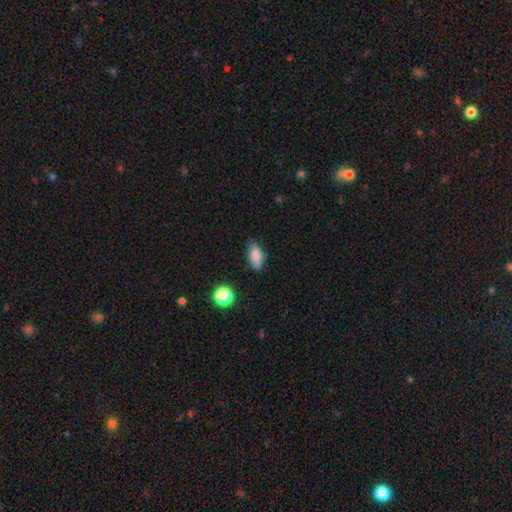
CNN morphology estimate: Smooth or featured: smooth — 80% (featured or disk — 10%)
How rounded: in between — 83% (cigar-shaped — 12%)
Merging: none — 77% (minor disturbance — 18%)